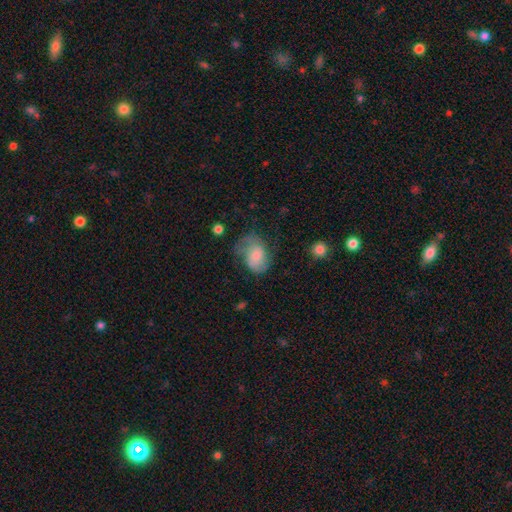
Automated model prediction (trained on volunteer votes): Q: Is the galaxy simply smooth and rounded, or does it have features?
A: smooth — 54%.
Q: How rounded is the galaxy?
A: in between — 73%.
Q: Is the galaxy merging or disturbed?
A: none — 41%.